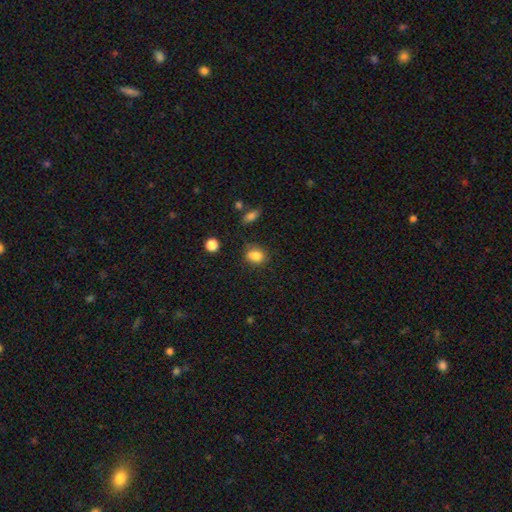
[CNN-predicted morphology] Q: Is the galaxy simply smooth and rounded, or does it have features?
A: smooth — 82%.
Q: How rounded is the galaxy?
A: in between — 53%.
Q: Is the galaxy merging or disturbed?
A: none — 60%.